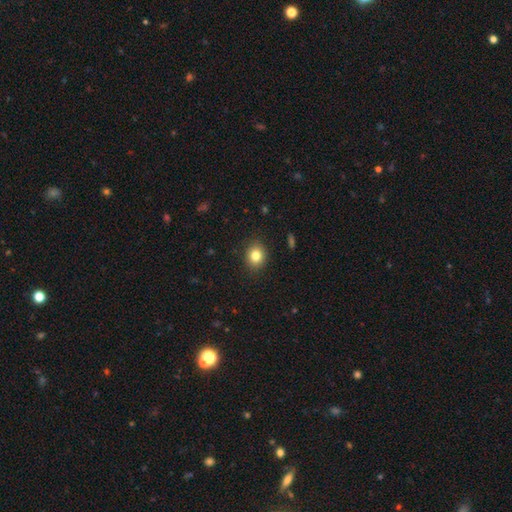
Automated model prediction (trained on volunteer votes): Smooth or featured? Predicted: smooth (p=0.81). How rounded? Predicted: round (p=0.62). Merging? Predicted: none (p=0.89).